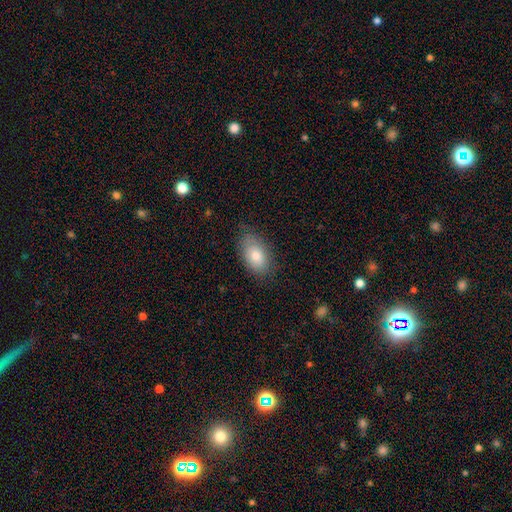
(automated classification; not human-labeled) Smooth or featured? Predicted: smooth (p=0.80). How rounded? Predicted: in between (p=0.92). Merging? Predicted: none (p=0.77).